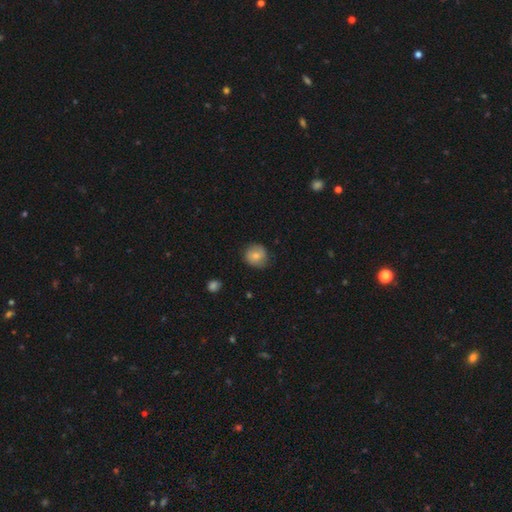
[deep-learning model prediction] Overall: smooth (74%). How rounded: round (87%). Merging: none (77%).